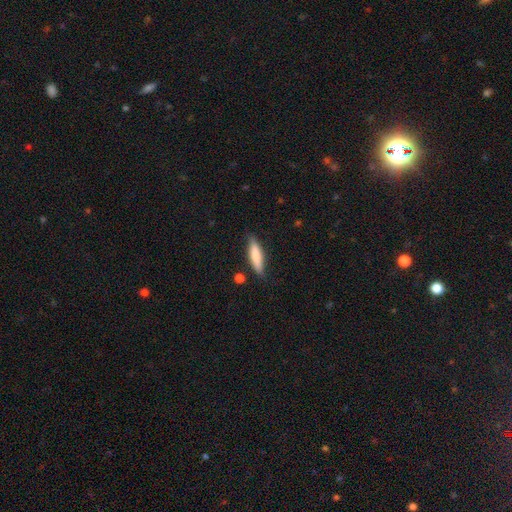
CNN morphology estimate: smooth 76%, featured or disk 18%, star or artifact 6%. Down the decision tree: how rounded — cigar-shaped (70%); merging — none (79%).